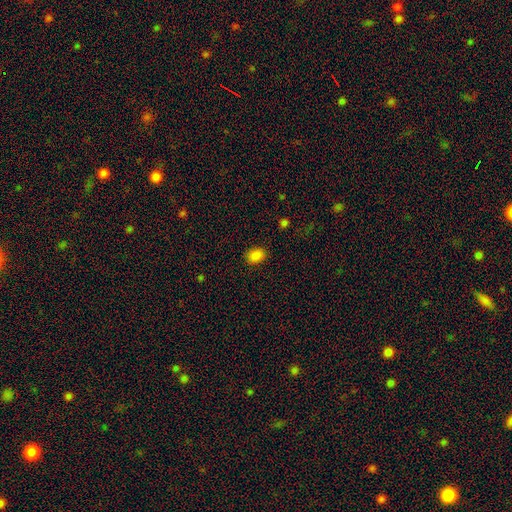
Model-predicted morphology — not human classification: The model was most divided on "how rounded": in between: 65%, round: 34%, cigar-shaped: 1%. More confident: merging — none (87%); smooth or featured — smooth (86%).